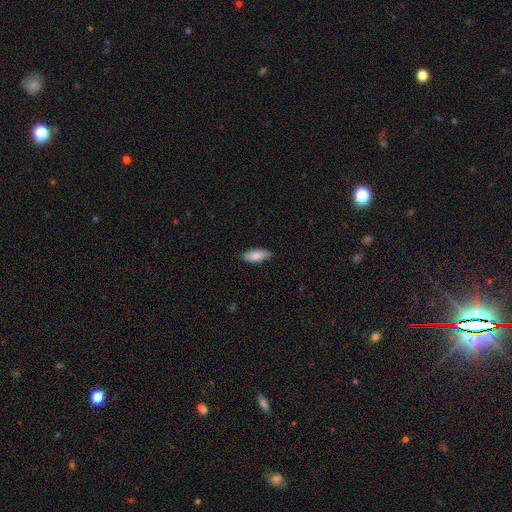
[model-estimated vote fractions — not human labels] smooth-or-featured: smooth: 85% | featured or disk: 9% | star or artifact: 6%
  how-rounded: in between: 80% | cigar-shaped: 18% | round: 2%
  merging: none: 86% | minor disturbance: 11% | major disturbance: 2% | merger: 1%